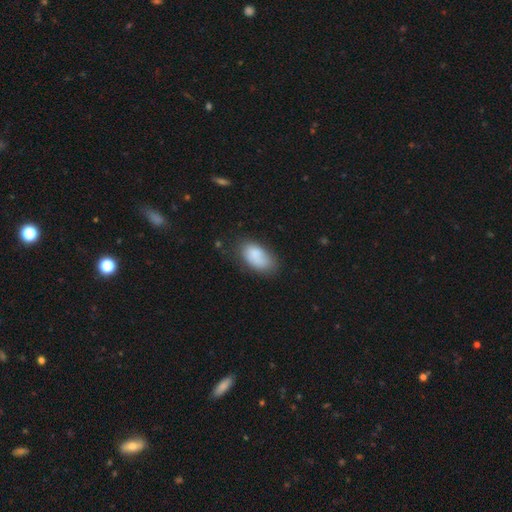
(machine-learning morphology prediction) Smooth or featured?
  - smooth: 81% *
  - featured or disk: 12%
  - star or artifact: 7%
How rounded?
  - in between: 93% *
  - round: 5%
  - cigar-shaped: 2%
Merging?
  - none: 61% *
  - minor disturbance: 25%
  - major disturbance: 8%
  - merger: 5%